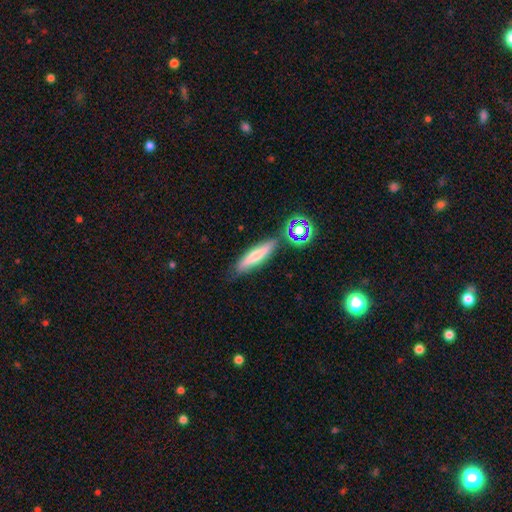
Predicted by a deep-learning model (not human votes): smooth-or-featured: smooth: 64% | featured or disk: 26% | star or artifact: 10%
  how-rounded: cigar-shaped: 79% | in between: 19% | round: 2%
  merging: none: 73% | minor disturbance: 14% | merger: 9% | major disturbance: 4%